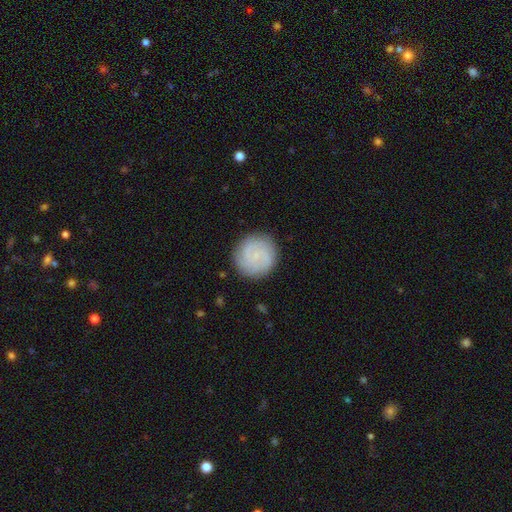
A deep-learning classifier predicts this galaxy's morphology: smooth-or-featured: featured or disk: 65% | smooth: 28% | star or artifact: 7%
  disk-edge-on: no: 98% | yes: 2%
    bar: no: 68% | weak: 29% | strong: 4%
    has-spiral-arms: yes: 94% | no: 6%
      spiral-winding: tight: 60% | medium: 32% | loose: 8%
      spiral-arm-count: 2: 28% | 3: 27% | can't tell: 23% | 4: 10% | 1: 6% | more than 4: 6%
    bulge-size: small: 76% | none: 13% | moderate: 10% | large: 1% | dominant: 1%
  merging: none: 86% | minor disturbance: 10% | major disturbance: 3% | merger: 1%